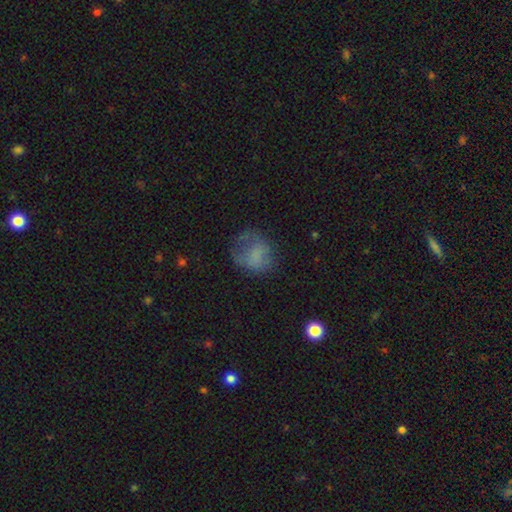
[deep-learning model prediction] smooth-or-featured: smooth: 63% | featured or disk: 24% | star or artifact: 13%
  how-rounded: round: 64% | in between: 35% | cigar-shaped: 1%
  merging: none: 48% | major disturbance: 25% | minor disturbance: 24% | merger: 2%